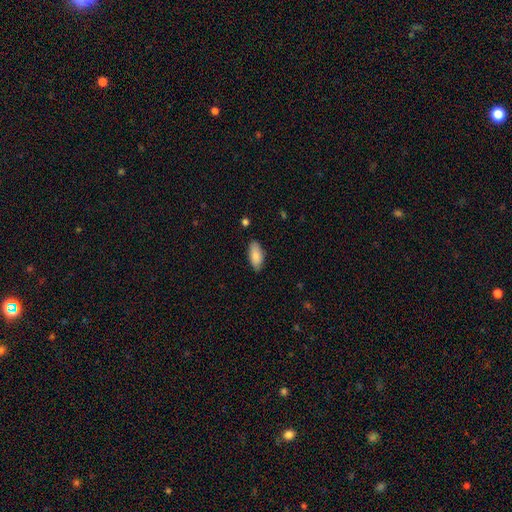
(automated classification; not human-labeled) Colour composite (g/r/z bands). It shows a smooth galaxy with no disk features (86%) that is in between round and cigar-shaped (87%). Merging: none (85%).